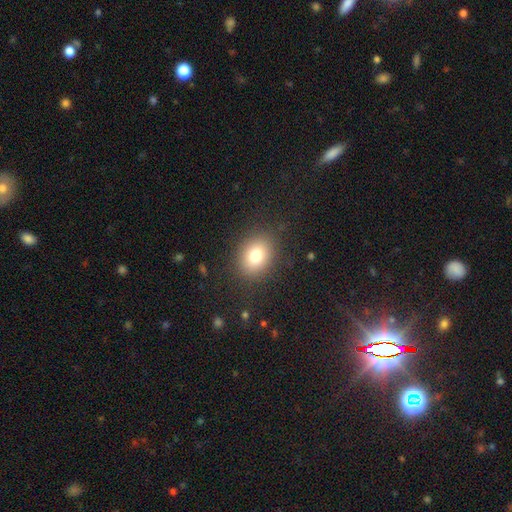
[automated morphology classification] type=smooth (78%); roundness=in between (50%); merging=none (86%).